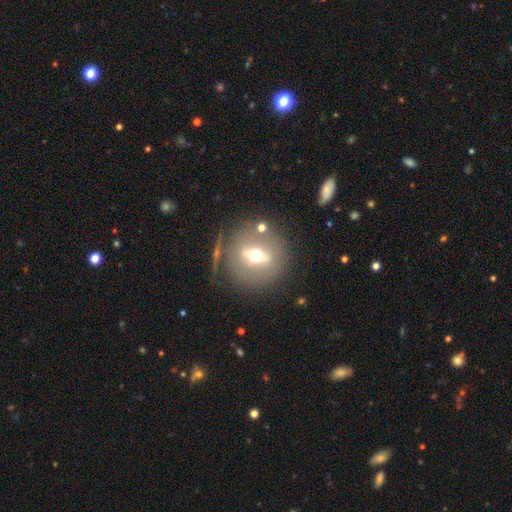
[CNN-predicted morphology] A featured or disk galaxy (54%).

Vote fractions:
- Smooth or featured? featured or disk: 54% / smooth: 35% / star or artifact: 11%
- Edge-on disk? no: 65% / yes: 35%
- Merging? none: 78% / minor disturbance: 11% / major disturbance: 6% / merger: 5%